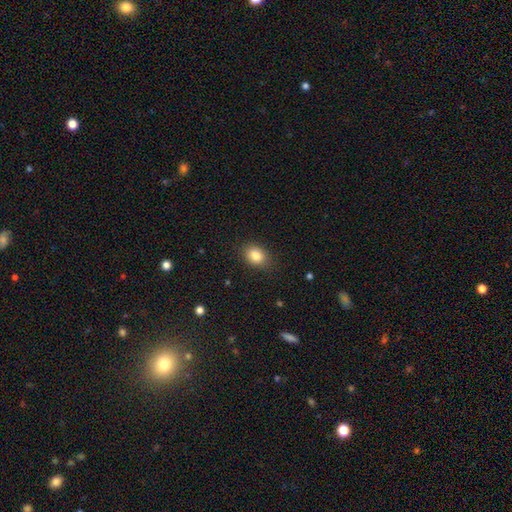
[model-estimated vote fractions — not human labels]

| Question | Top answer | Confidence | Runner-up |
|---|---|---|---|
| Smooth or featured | smooth | 84% | star or artifact (9%) |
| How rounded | in between | 66% | round (33%) |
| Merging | none | 85% | minor disturbance (11%) |